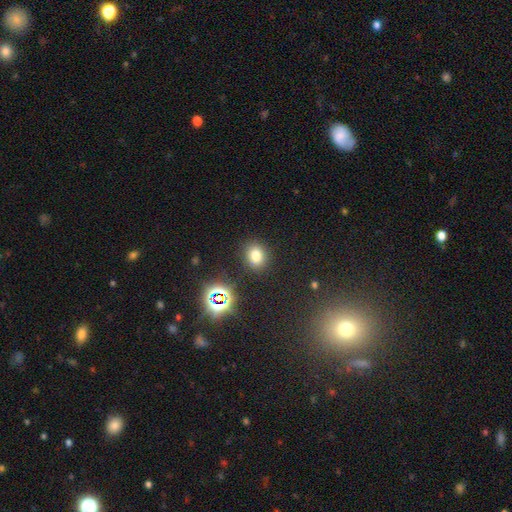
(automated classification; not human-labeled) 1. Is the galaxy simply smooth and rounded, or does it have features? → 73% smooth, 19% star or artifact, 8% featured or disk.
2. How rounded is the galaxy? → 64% round, 35% in between, 1% cigar-shaped.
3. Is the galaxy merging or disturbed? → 86% none, 8% minor disturbance, 3% major disturbance, 2% merger.